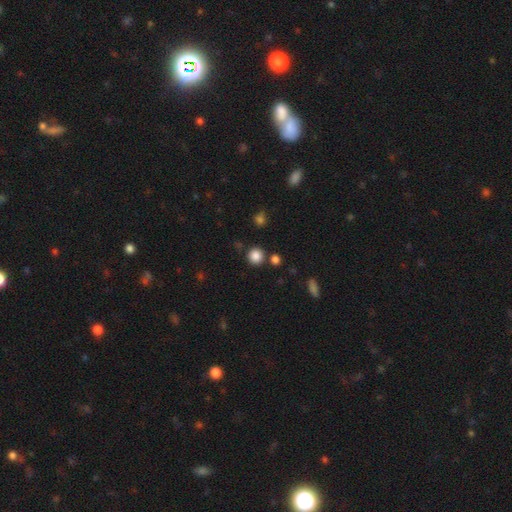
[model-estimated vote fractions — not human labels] smooth-or-featured: smooth: 85% | star or artifact: 11% | featured or disk: 4%
  how-rounded: round: 92% | in between: 7% | cigar-shaped: 1%
  merging: none: 83% | minor disturbance: 7% | merger: 7% | major disturbance: 3%